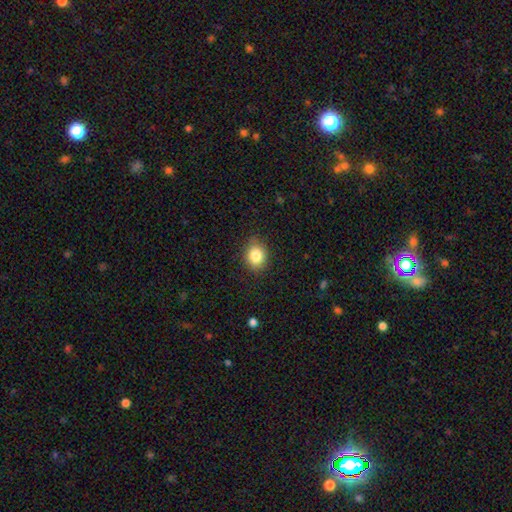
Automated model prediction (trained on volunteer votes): Smooth or featured: smooth — 83% (star or artifact — 10%)
How rounded: round — 58% (in between — 41%)
Merging: none — 84% (minor disturbance — 13%)